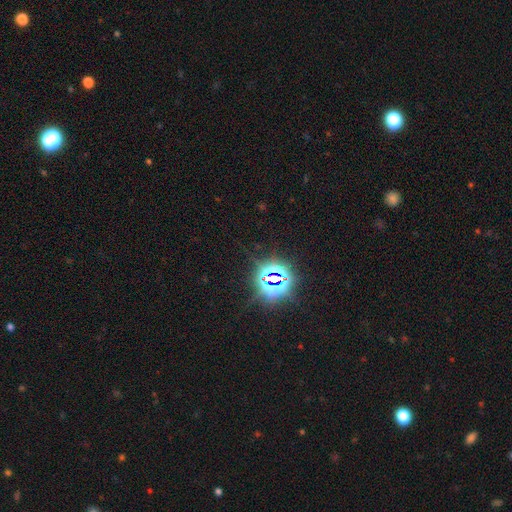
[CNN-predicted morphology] The model was most divided on "smooth or featured": star or artifact: 82%, smooth: 12%, featured or disk: 6%.